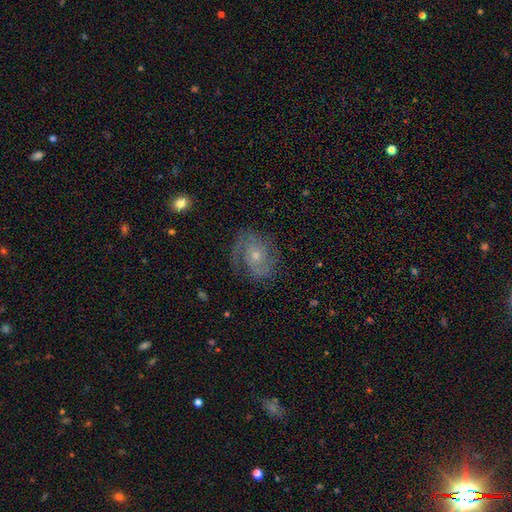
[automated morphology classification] featured or disk 79%, smooth 13%, star or artifact 7%. Down the decision tree: edge-on disk — no (97%); bar — no (71%); spiral arms — yes (94%); spiral arm count — 2 (64%); spiral winding — tight (43%); bulge size — small (58%); merging — none (72%).